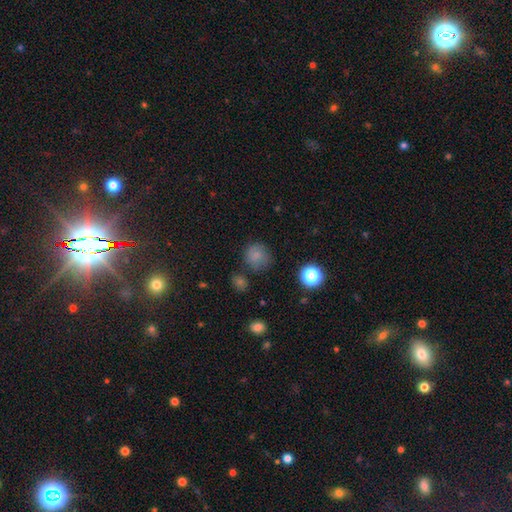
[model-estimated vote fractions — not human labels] Overall: smooth (76%). How rounded: round (85%). Merging: none (72%).